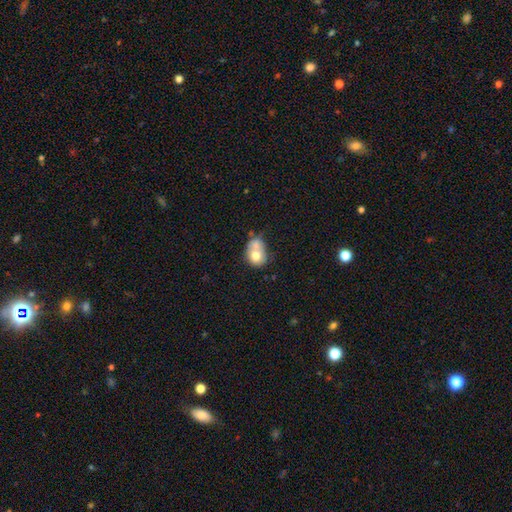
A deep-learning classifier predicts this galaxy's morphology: A smooth galaxy with no disk features (69%) that is round (56%). Merging: merger (46%).